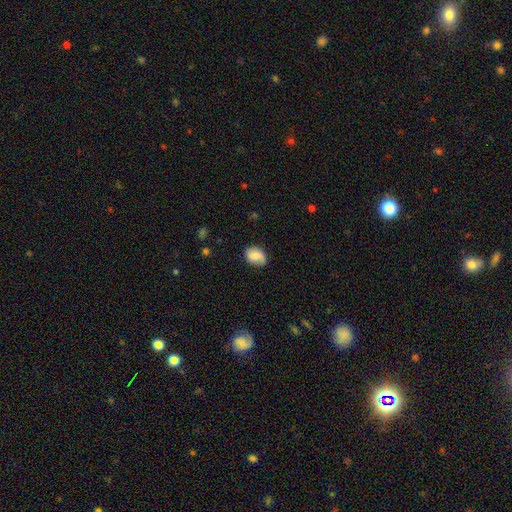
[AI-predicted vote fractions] Smooth or featured?
  - smooth: 67% *
  - featured or disk: 25%
  - star or artifact: 8%
How rounded?
  - in between: 66% *
  - round: 32%
  - cigar-shaped: 1%
Merging?
  - none: 74% *
  - minor disturbance: 21%
  - major disturbance: 5%
  - merger: 1%